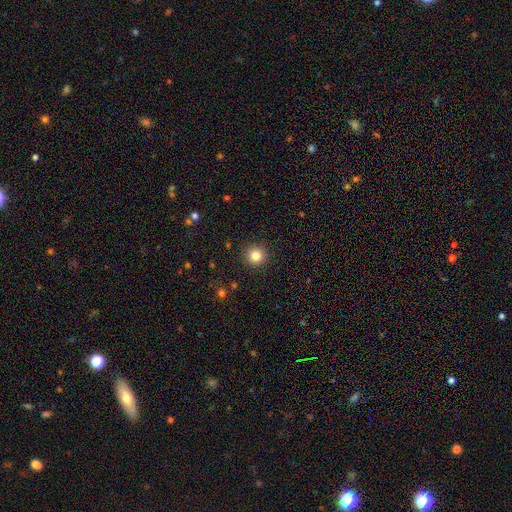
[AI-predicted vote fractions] This appears to be a smooth galaxy with no disk features (83%) that is round (95%). Merging: none (92%).